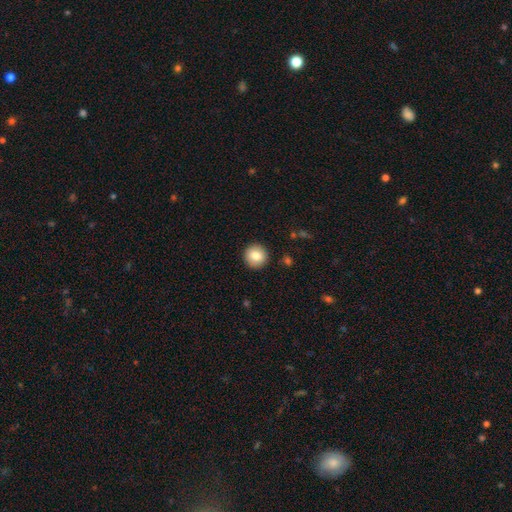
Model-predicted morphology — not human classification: A smooth galaxy with no disk features (83%) that is round (94%). Merging: none (92%).